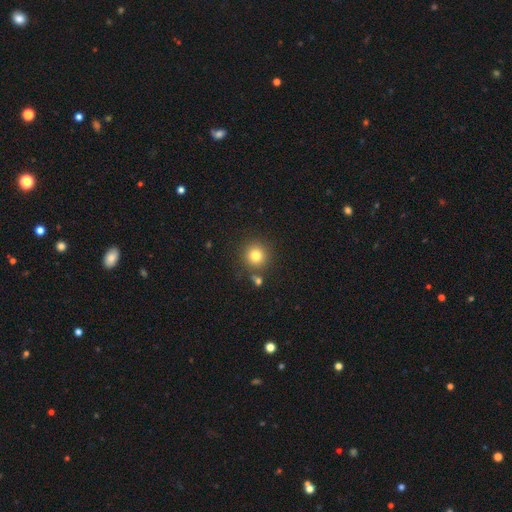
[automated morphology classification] Smooth or featured: smooth — 80% (star or artifact — 13%)
How rounded: round — 94% (in between — 5%)
Merging: none — 80% (merger — 9%)